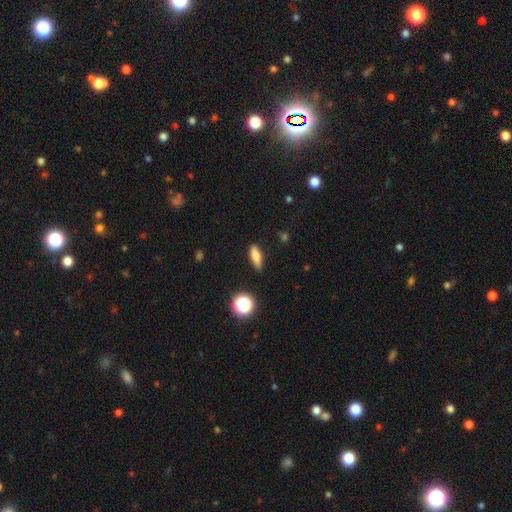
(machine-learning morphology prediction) This appears to be a smooth galaxy with no disk features (73%) that is in between round and cigar-shaped (52%). Merging: none (83%).